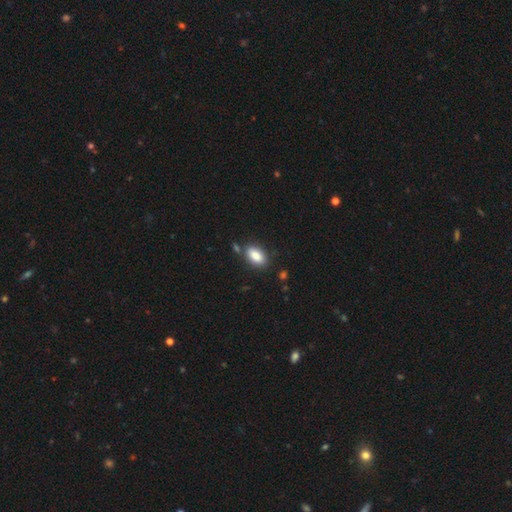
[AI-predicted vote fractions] Smooth or featured: smooth — 87% (star or artifact — 7%)
How rounded: in between — 92% (round — 5%)
Merging: none — 78% (minor disturbance — 13%)